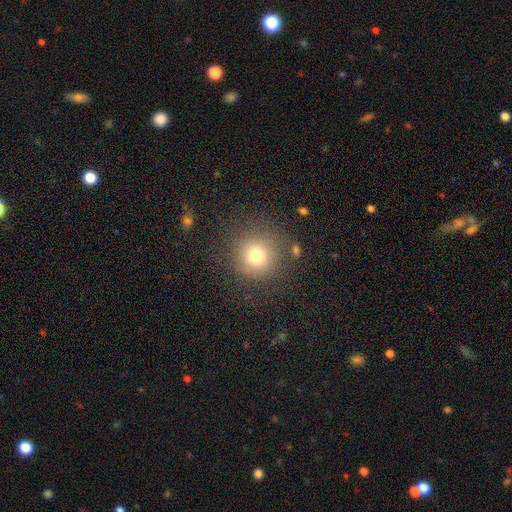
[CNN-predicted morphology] smooth_or_featured: smooth (p=0.76) [alt: star or artifact p=0.14]
how_rounded: round (p=0.94) [alt: in between p=0.05]
merging: none (p=0.84) [alt: minor disturbance p=0.09]